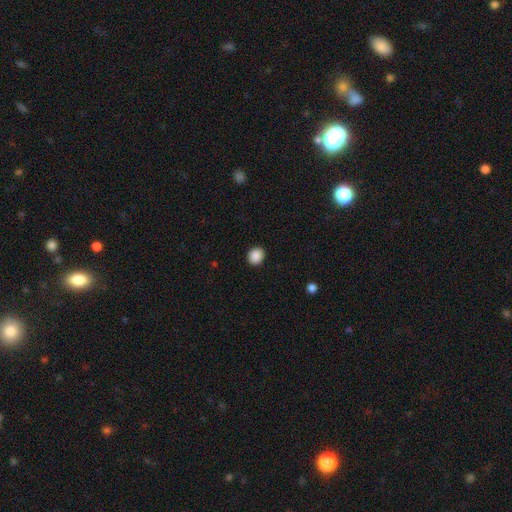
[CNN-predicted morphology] Smooth or featured: smooth — 89% (star or artifact — 8%)
How rounded: round — 68% (in between — 31%)
Merging: none — 91% (minor disturbance — 6%)